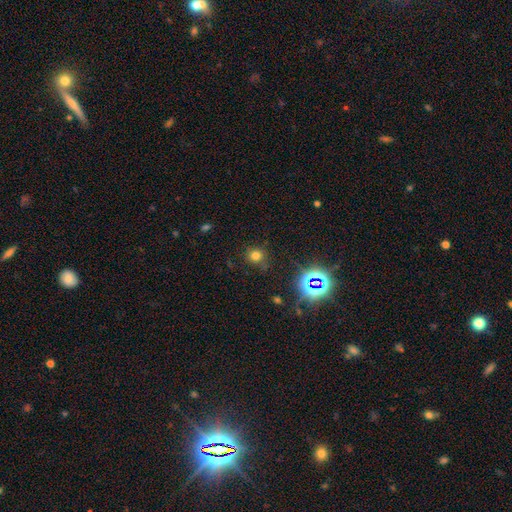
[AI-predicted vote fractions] This appears to be a smooth galaxy with no disk features (68%) that is round (85%). Merging: none (79%).